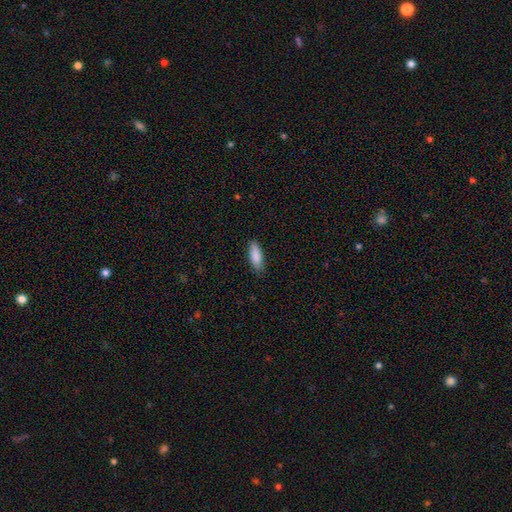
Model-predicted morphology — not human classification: A smooth galaxy with no disk features (88%) that is in between round and cigar-shaped (59%).

Vote fractions:
- Smooth or featured? smooth: 88% / featured or disk: 6% / star or artifact: 6%
- How rounded? in between: 59% / cigar-shaped: 39% / round: 2%
- Merging? none: 85% / minor disturbance: 12% / major disturbance: 2% / merger: 1%